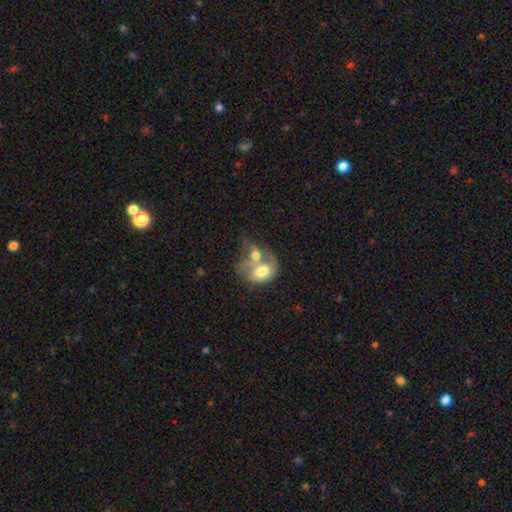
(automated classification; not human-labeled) Smooth or featured: smooth — 56% (featured or disk — 36%)
How rounded: in between — 72% (round — 26%)
Merging: merger — 76% (none — 10%)